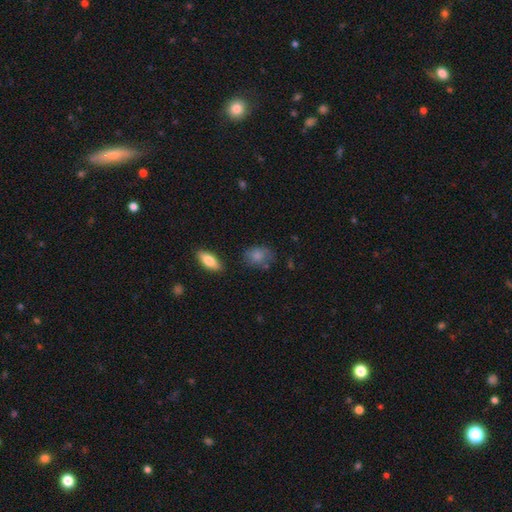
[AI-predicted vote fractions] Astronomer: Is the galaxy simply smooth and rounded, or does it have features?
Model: smooth — 72%.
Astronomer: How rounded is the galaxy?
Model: in between — 68%.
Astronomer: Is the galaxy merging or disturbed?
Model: none — 68%.